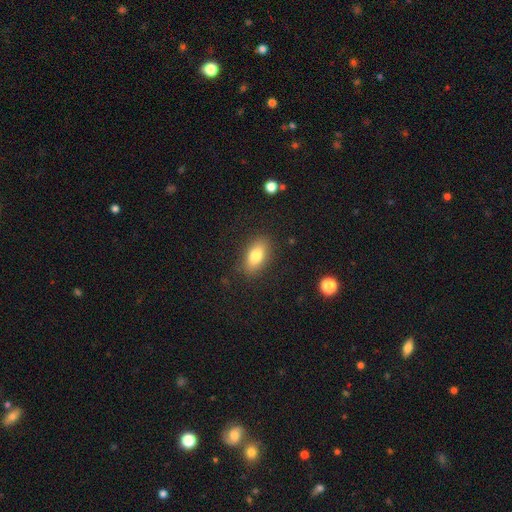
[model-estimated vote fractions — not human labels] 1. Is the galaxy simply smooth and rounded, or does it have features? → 80% smooth, 12% featured or disk, 8% star or artifact.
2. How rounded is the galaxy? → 87% in between, 7% cigar-shaped, 5% round.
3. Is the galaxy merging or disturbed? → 86% none, 10% minor disturbance, 3% major disturbance, 1% merger.